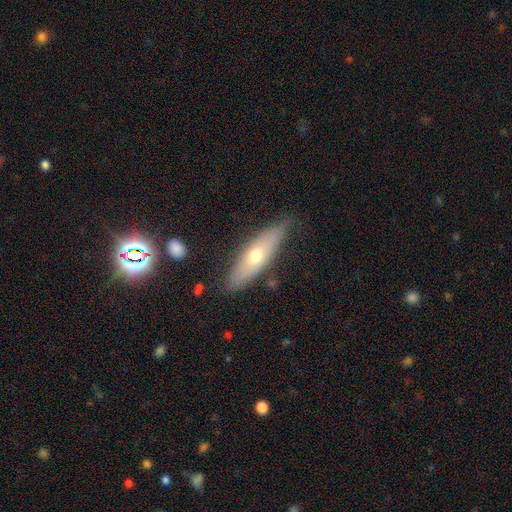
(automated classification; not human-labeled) Overall: smooth (47%; featured or disk 44%). Merging: none (79%).